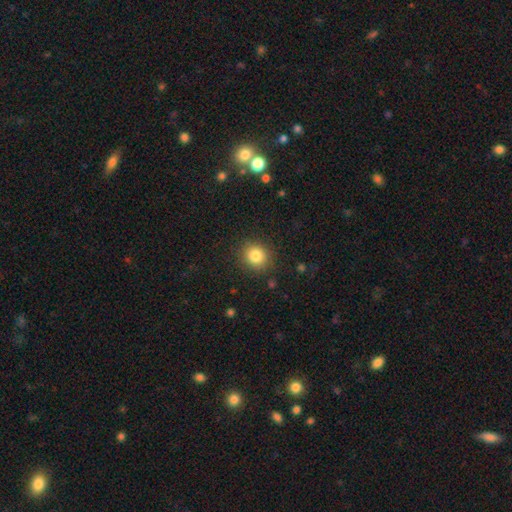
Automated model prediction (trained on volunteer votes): Smooth or featured? smooth (83%)
How rounded? round (82%)
Merging? none (88%)